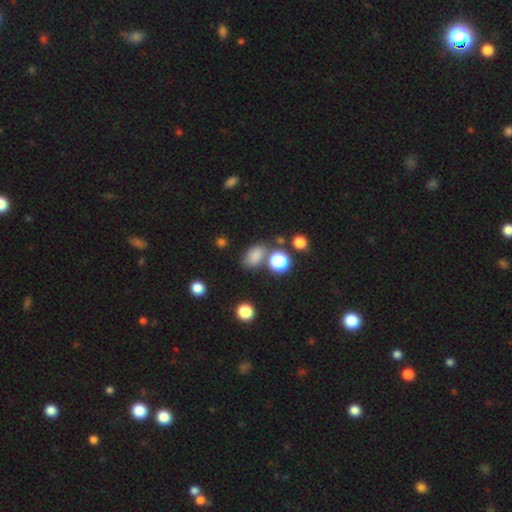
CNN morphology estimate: smooth-or-featured: smooth: 78% | star or artifact: 15% | featured or disk: 7%
  how-rounded: in between: 79% | round: 19% | cigar-shaped: 2%
  merging: none: 62% | merger: 16% | minor disturbance: 16% | major disturbance: 6%